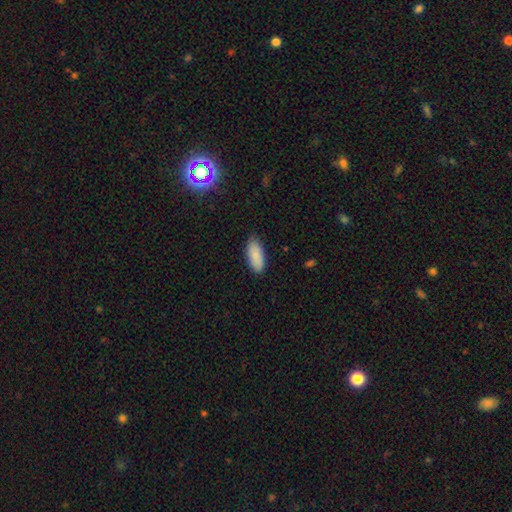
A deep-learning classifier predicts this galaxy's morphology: A smooth galaxy with no disk features (87%) that is in between round and cigar-shaped (87%). Merging: none (83%).